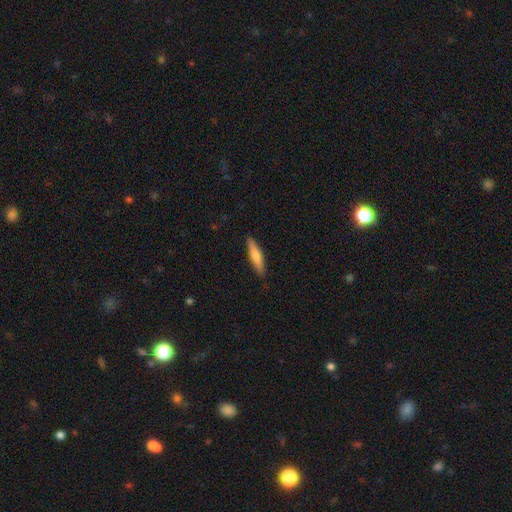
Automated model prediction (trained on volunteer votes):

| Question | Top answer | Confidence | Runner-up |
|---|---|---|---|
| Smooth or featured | smooth | 72% | featured or disk (23%) |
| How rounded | cigar-shaped | 84% | in between (15%) |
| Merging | none | 88% | minor disturbance (9%) |